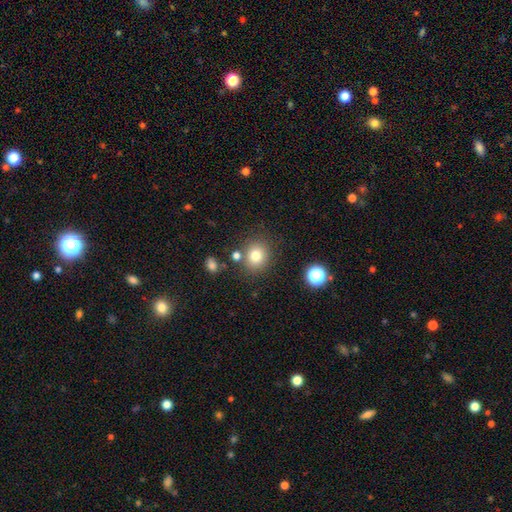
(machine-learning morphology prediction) type=smooth (78%); roundness=round (79%); merging=none (78%).